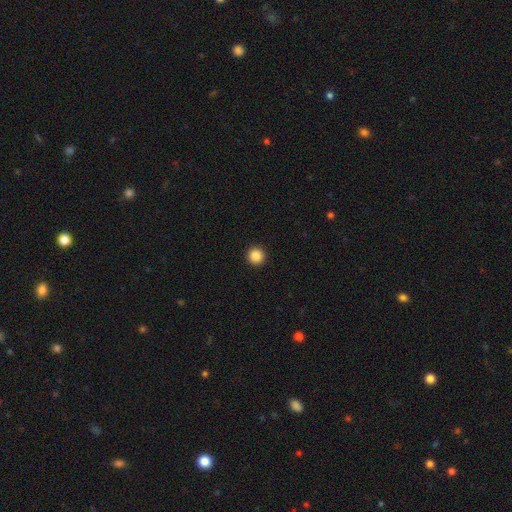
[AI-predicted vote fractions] Morphology: type=smooth (88%); roundness=round (96%); merging=none (93%).